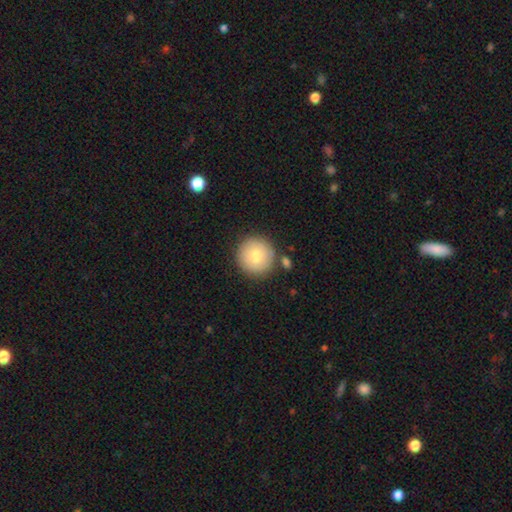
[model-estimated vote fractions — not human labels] Morphology: type=smooth (81%); roundness=round (96%); merging=none (83%).